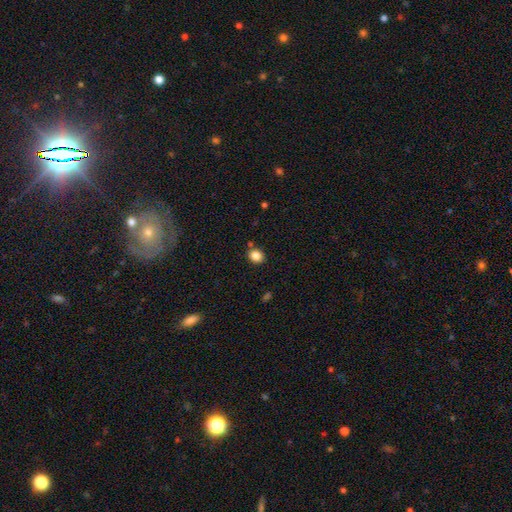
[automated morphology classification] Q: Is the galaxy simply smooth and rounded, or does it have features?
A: smooth — 85%.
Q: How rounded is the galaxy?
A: round — 66%.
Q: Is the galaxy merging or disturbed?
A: none — 83%.